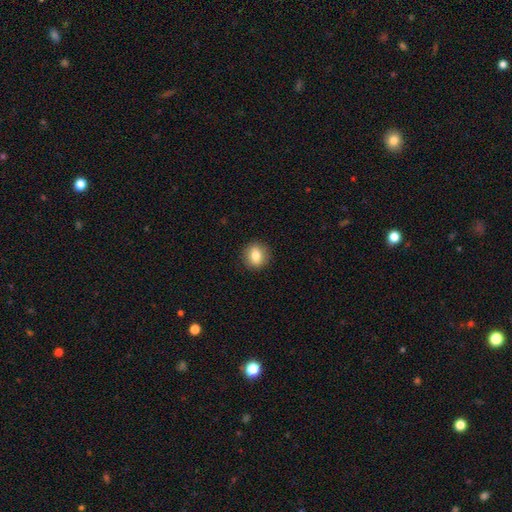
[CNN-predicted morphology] Q: Smooth or featured?
A: smooth (78%); runner-up: featured or disk (13%)
Q: How rounded?
A: round (77%); runner-up: in between (22%)
Q: Merging?
A: none (90%); runner-up: minor disturbance (7%)